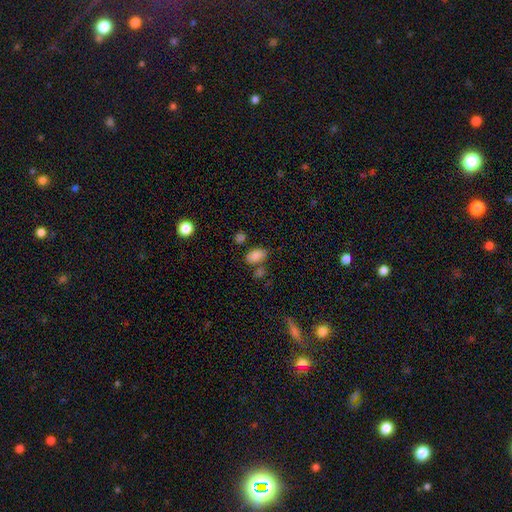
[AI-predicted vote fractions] This is clearly a smooth galaxy (85%). How rounded: clearly in between (91%). Merging: likely none (63%).